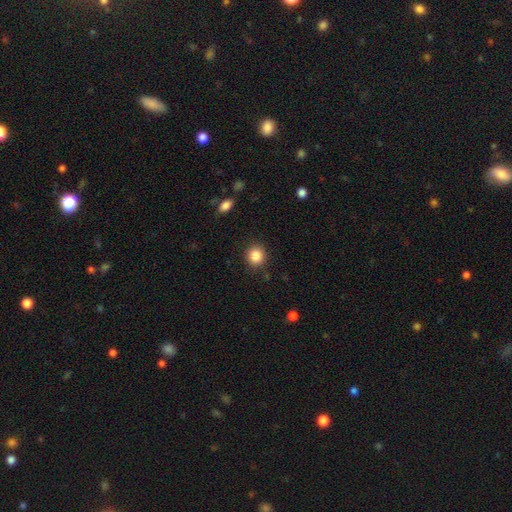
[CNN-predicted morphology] smooth_or_featured: smooth (p=0.86) [alt: star or artifact p=0.10]
how_rounded: round (p=0.87) [alt: in between p=0.12]
merging: none (p=0.88) [alt: minor disturbance p=0.08]